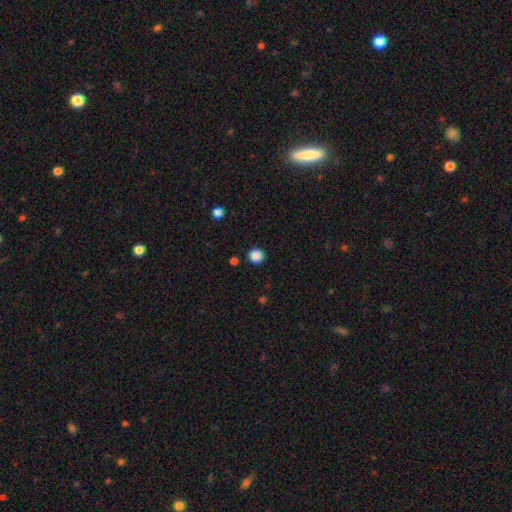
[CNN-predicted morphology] smooth-or-featured: smooth: 87% | star or artifact: 11% | featured or disk: 3%
  how-rounded: round: 94% | in between: 5% | cigar-shaped: 1%
  merging: none: 91% | minor disturbance: 5% | major disturbance: 2% | merger: 2%